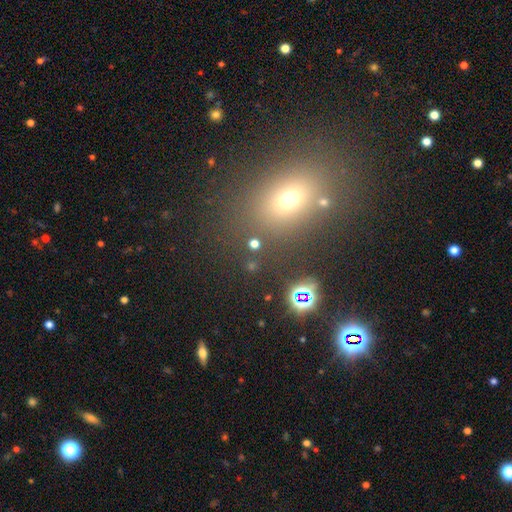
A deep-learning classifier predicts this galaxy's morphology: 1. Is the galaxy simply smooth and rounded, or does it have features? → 54% smooth, 33% star or artifact, 13% featured or disk.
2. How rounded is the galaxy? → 65% in between, 32% round, 3% cigar-shaped.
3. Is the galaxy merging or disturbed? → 82% none, 9% minor disturbance, 5% major disturbance, 5% merger.